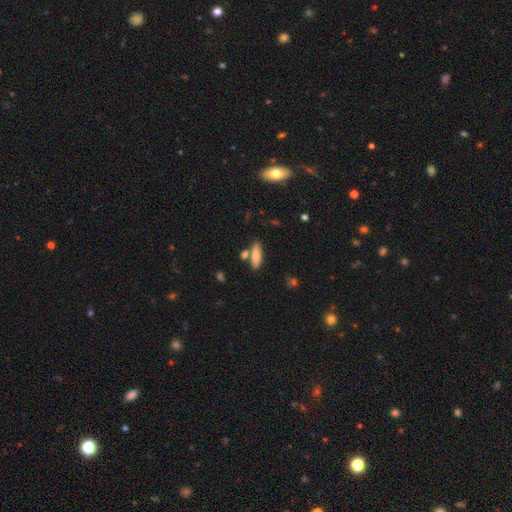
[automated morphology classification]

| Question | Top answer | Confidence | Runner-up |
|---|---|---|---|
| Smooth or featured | smooth | 77% | featured or disk (16%) |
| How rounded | in between | 52% | cigar-shaped (46%) |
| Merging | none | 71% | merger (14%) |